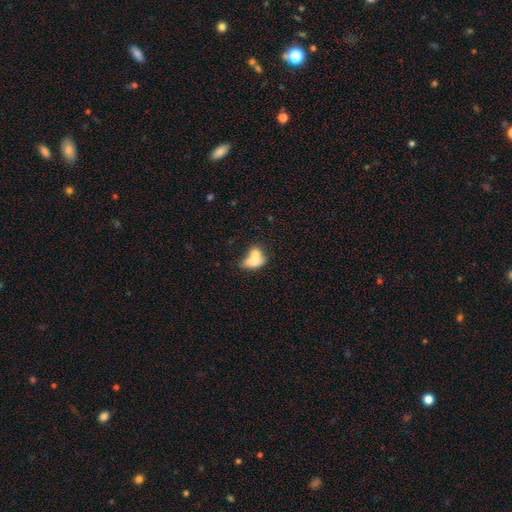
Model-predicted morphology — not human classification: smooth 68%, featured or disk 24%, star or artifact 9%. Down the decision tree: how rounded — in between (74%); merging — merger (65%).